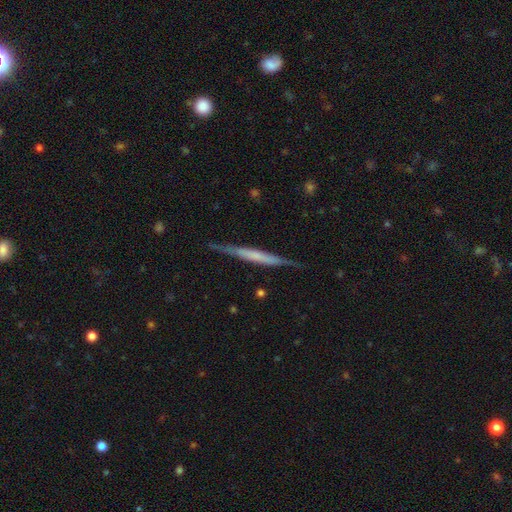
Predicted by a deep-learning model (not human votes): featured or disk 61%, smooth 33%, star or artifact 6%. Down the decision tree: edge-on disk — yes (96%); edge-on bulge — none (59%); merging — none (83%).